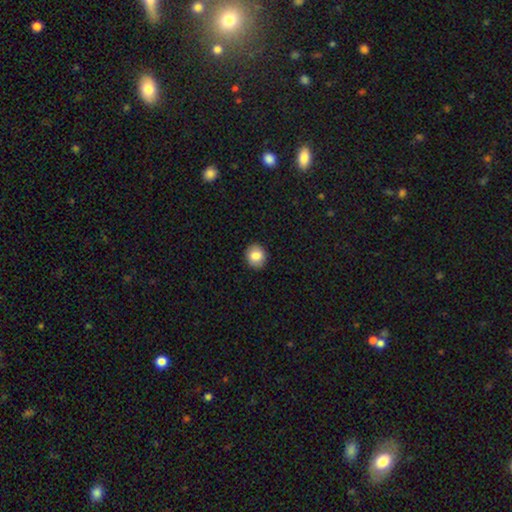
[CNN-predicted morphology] Smooth or featured? Predicted: smooth (p=0.84). How rounded? Predicted: round (p=0.74). Merging? Predicted: none (p=0.91).